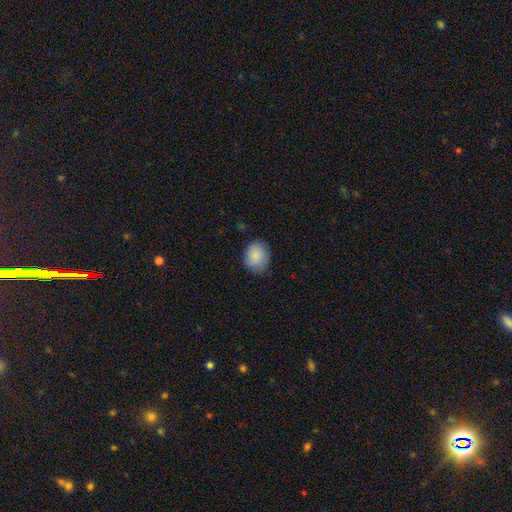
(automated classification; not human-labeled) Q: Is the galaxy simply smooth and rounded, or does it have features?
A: smooth — 86%.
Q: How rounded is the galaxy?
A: round — 64%.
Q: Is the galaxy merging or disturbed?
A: none — 76%.